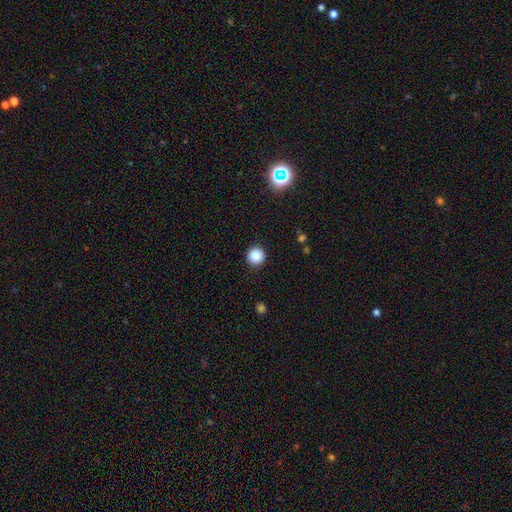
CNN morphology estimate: Smooth or featured? Predicted: smooth (p=0.86). How rounded? Predicted: round (p=0.96). Merging? Predicted: none (p=0.91).